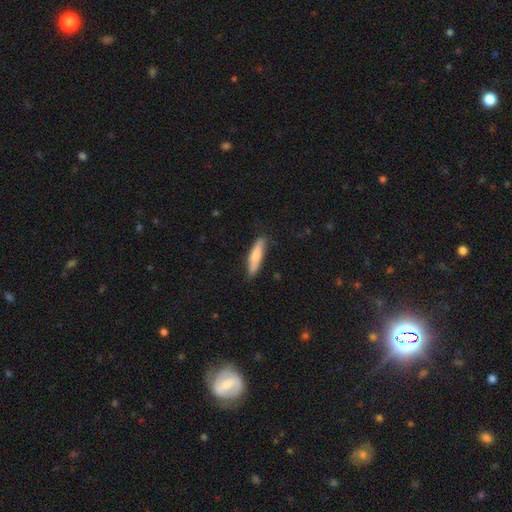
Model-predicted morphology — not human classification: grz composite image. It shows a smooth galaxy with no disk features (74%) that is cigar-shaped (79%). Merging: none (81%).